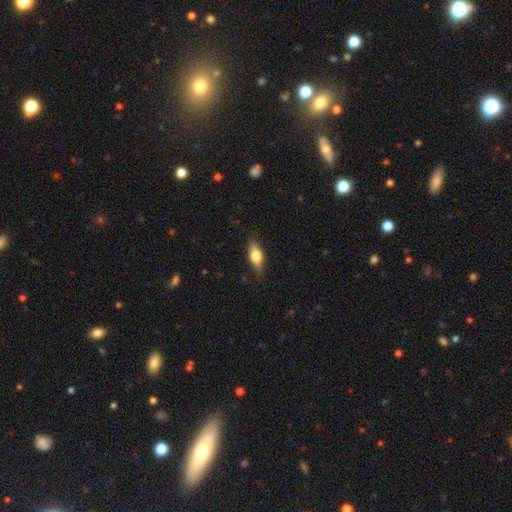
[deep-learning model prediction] Overall: smooth (74%). How rounded: in between (80%). Merging: none (81%).